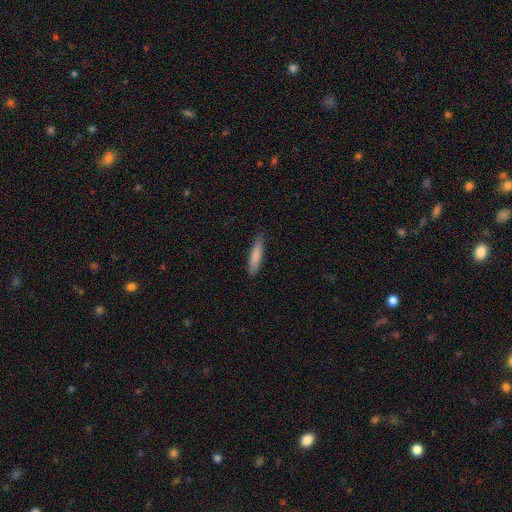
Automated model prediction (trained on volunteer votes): Q: Smooth or featured?
A: smooth (83%); runner-up: featured or disk (11%)
Q: How rounded?
A: cigar-shaped (84%); runner-up: in between (14%)
Q: Merging?
A: none (86%); runner-up: minor disturbance (11%)